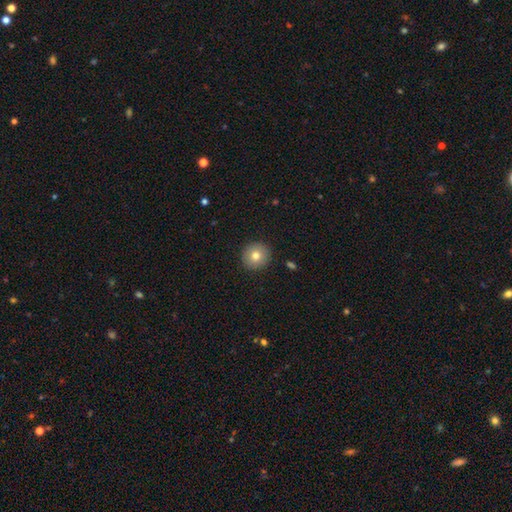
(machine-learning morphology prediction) type=smooth (77%); roundness=round (93%); merging=none (91%).